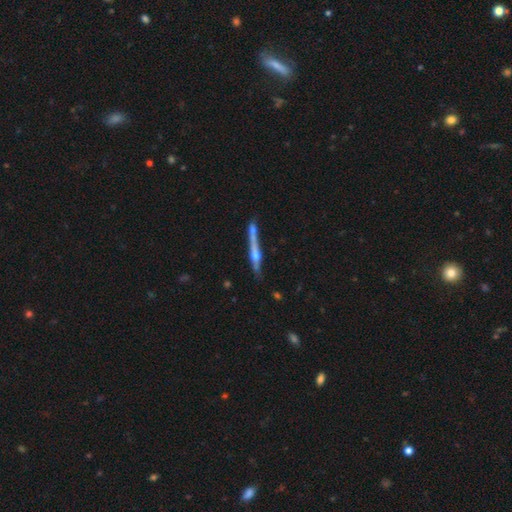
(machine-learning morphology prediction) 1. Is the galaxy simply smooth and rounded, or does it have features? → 70% featured or disk, 22% smooth, 8% star or artifact.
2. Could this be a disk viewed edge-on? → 95% yes, 5% no.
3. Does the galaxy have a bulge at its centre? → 82% rounded, 13% none, 6% boxy.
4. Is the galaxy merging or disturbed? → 62% none, 17% minor disturbance, 16% merger, 6% major disturbance.